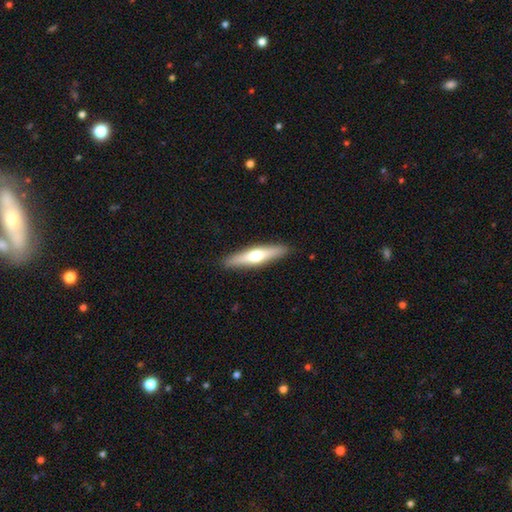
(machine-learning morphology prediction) The model was most divided on "smooth or featured": featured or disk: 50%, smooth: 45%, star or artifact: 5%. More confident: merging — none (90%).